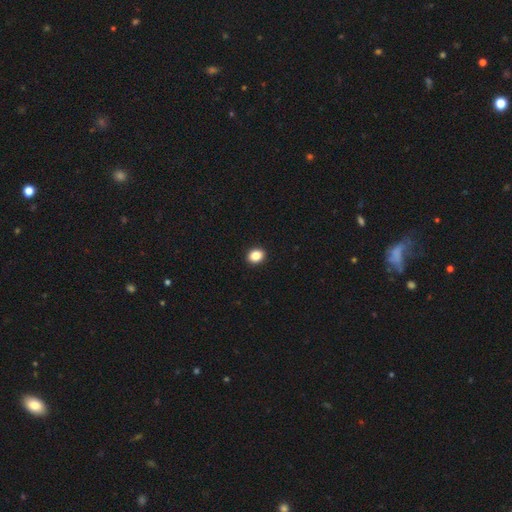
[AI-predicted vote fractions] This appears to be a smooth galaxy with no disk features (86%) that is in between round and cigar-shaped (50%). Merging: none (93%).